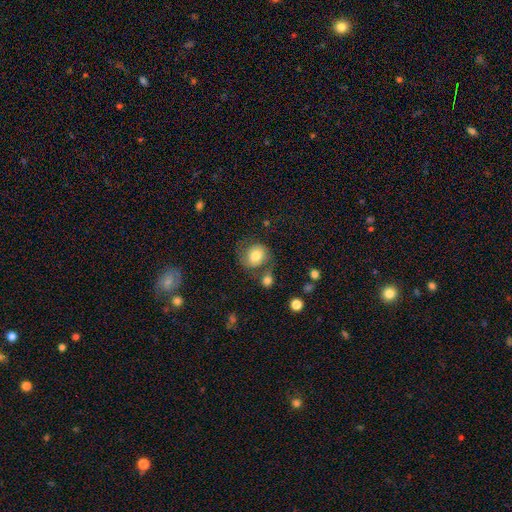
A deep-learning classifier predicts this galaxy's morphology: smooth_or_featured: smooth (p=0.65) [alt: featured or disk p=0.26]
how_rounded: round (p=0.71) [alt: in between p=0.28]
merging: none (p=0.57) [alt: minor disturbance p=0.19]